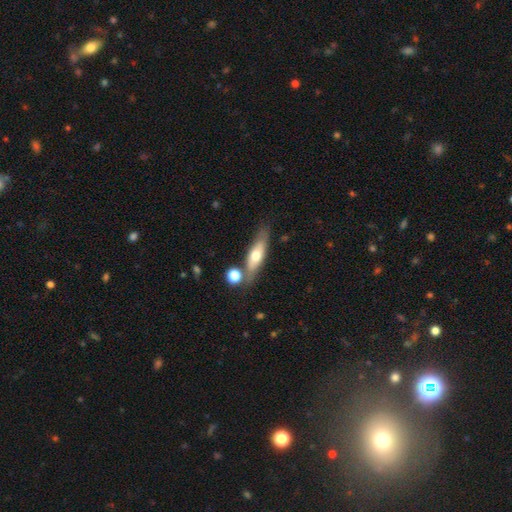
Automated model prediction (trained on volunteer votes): Smooth or featured? Predicted: smooth (p=0.52). How rounded? Predicted: cigar-shaped (p=0.61). Merging? Predicted: none (p=0.69).